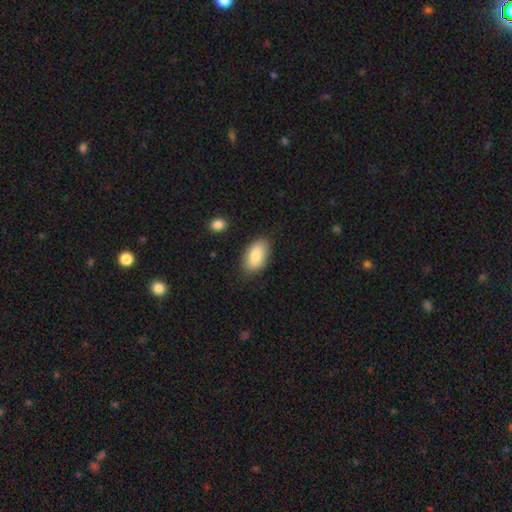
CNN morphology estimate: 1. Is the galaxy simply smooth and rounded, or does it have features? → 85% smooth, 9% featured or disk, 6% star or artifact.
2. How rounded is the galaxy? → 94% in between, 4% round, 2% cigar-shaped.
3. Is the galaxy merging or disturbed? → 82% none, 13% minor disturbance, 3% major disturbance, 2% merger.